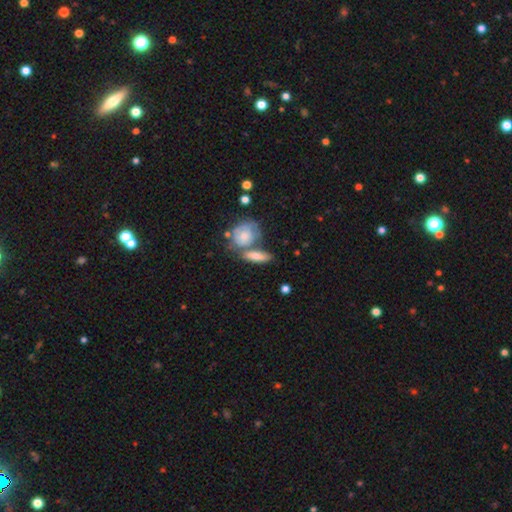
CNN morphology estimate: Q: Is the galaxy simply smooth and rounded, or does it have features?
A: smooth — 65%.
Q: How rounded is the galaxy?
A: in between — 60%.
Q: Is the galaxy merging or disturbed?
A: none — 46%.